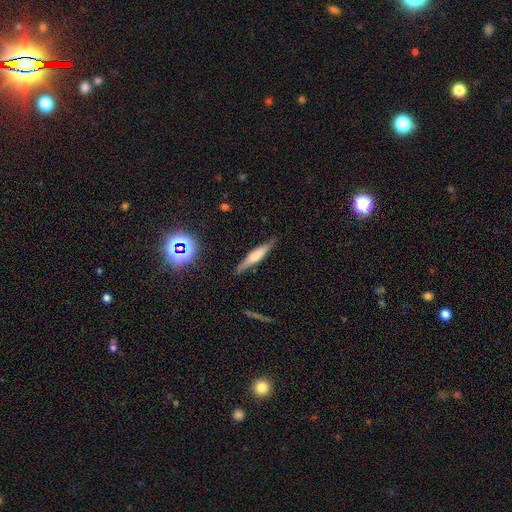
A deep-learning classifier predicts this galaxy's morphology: Smooth or featured? smooth (47%)
Merging? none (85%)